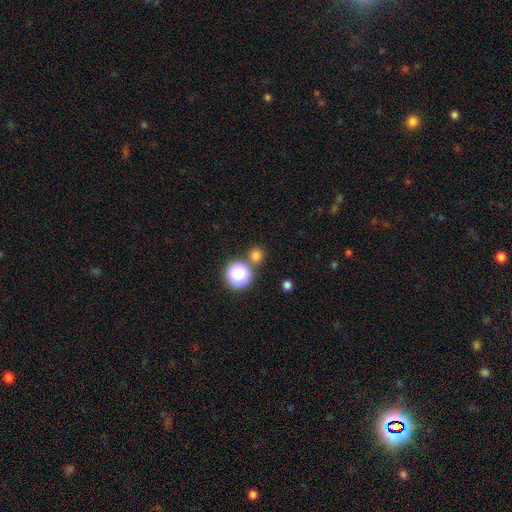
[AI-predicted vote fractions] smooth-or-featured: smooth: 73% | star or artifact: 22% | featured or disk: 5%
  how-rounded: round: 93% | in between: 6% | cigar-shaped: 1%
  merging: none: 78% | merger: 12% | minor disturbance: 7% | major disturbance: 3%